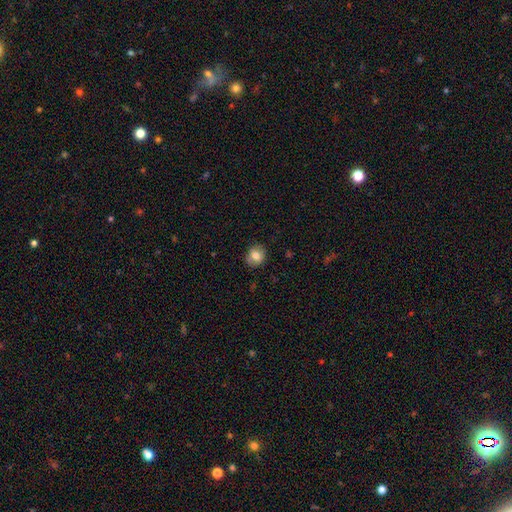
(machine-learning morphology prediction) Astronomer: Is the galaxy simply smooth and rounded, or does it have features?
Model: smooth — 77%.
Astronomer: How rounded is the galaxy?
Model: round — 69%.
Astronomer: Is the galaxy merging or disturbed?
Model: none — 84%.